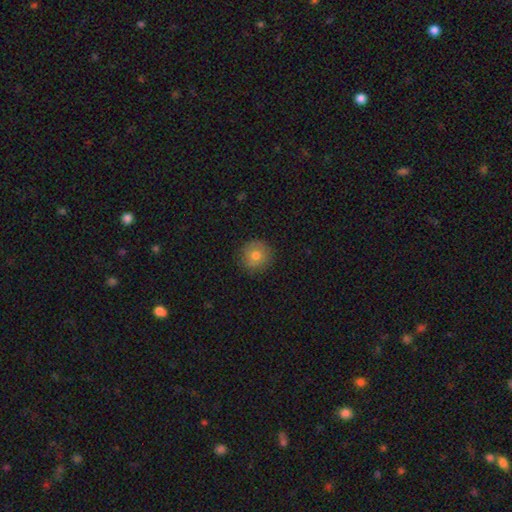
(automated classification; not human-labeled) The model was most divided on "smooth or featured": smooth: 78%, featured or disk: 12%, star or artifact: 10%. More confident: how rounded — round (94%); merging — none (88%).